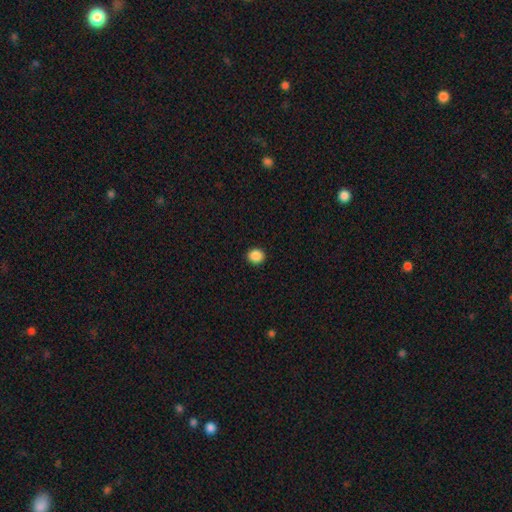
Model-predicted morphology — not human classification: type=smooth (88%); roundness=round (88%); merging=none (93%).